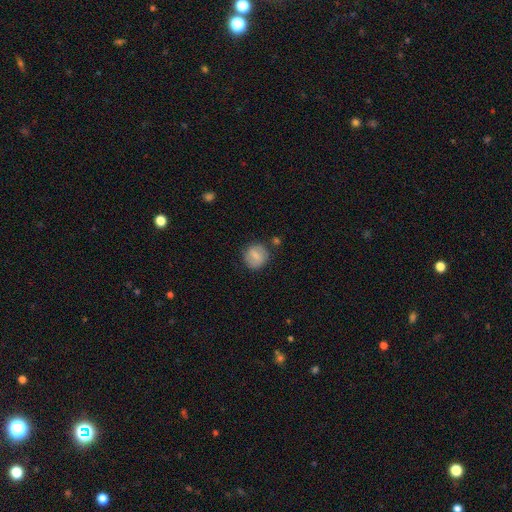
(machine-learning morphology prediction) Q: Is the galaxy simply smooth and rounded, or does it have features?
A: smooth — 72%.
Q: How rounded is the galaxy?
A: round — 82%.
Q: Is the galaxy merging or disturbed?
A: none — 78%.